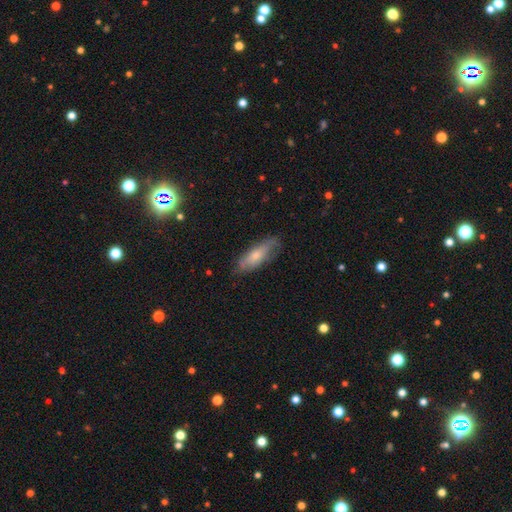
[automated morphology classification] This is possibly a smooth galaxy (56%). How rounded: possibly in between (60%). Merging: likely none (66%).